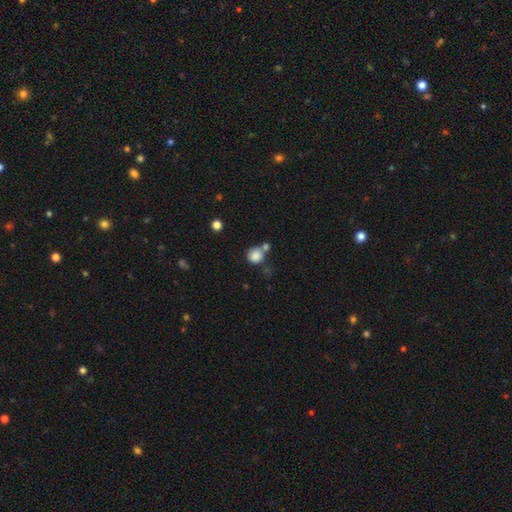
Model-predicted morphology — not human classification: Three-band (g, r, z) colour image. It shows a smooth galaxy with no disk features (84%) that is round (85%). Merging: none (54%).